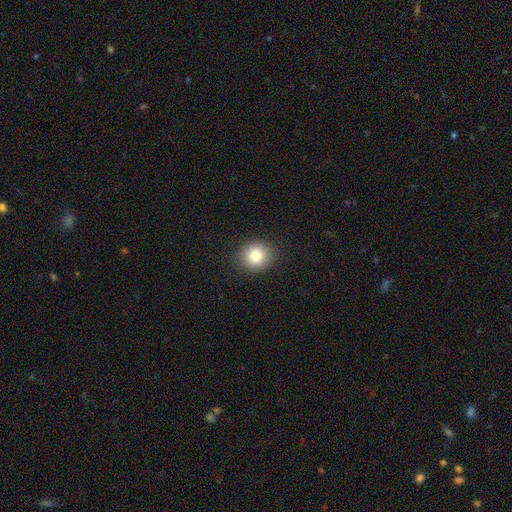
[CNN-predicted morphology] type=smooth (80%); roundness=round (83%); merging=none (91%).